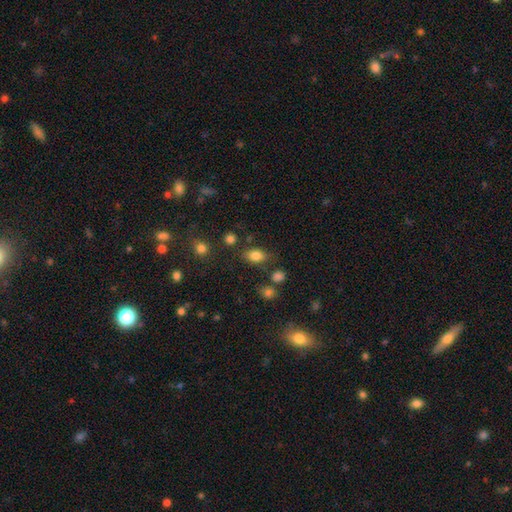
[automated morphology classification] type=smooth (82%); roundness=in between (79%); merging=none (72%).